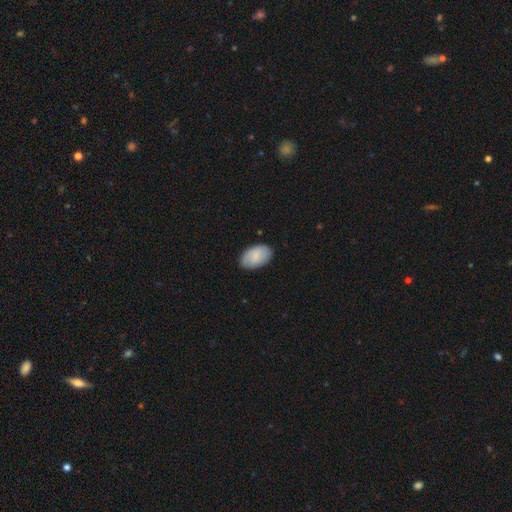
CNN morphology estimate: Smooth or featured? smooth (80%)
How rounded? in between (94%)
Merging? none (83%)